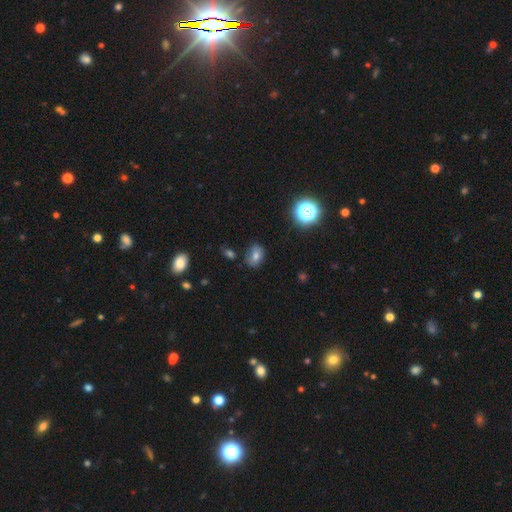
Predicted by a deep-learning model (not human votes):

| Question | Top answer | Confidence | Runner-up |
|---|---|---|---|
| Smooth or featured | smooth | 70% | star or artifact (16%) |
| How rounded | in between | 62% | round (37%) |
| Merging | none | 70% | minor disturbance (19%) |